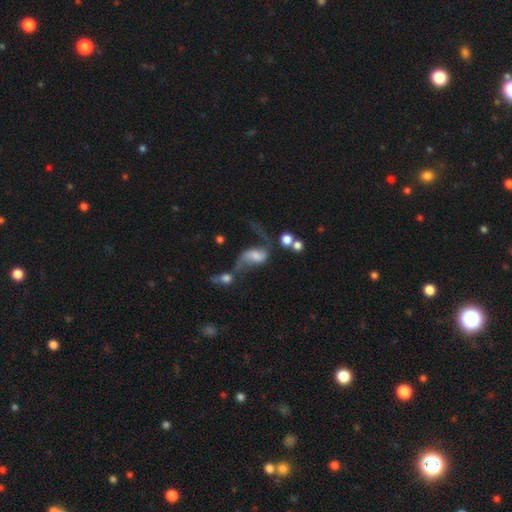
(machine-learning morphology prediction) type=featured or disk (66%); edge-on=no (96%); bar=no (50%); spiral arms=yes (86%); winding=loose (87%); arm count=2 (81%); bulge=none (29%); merging=merger (41%).